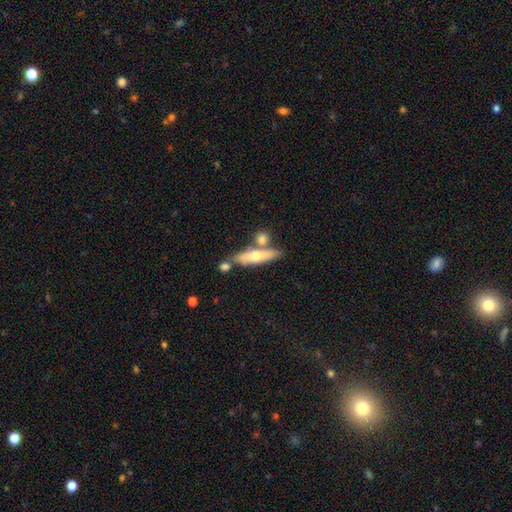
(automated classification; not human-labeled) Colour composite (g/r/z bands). It shows a smooth galaxy with no disk features (54%) that is cigar-shaped (67%). Merging: none (59%).